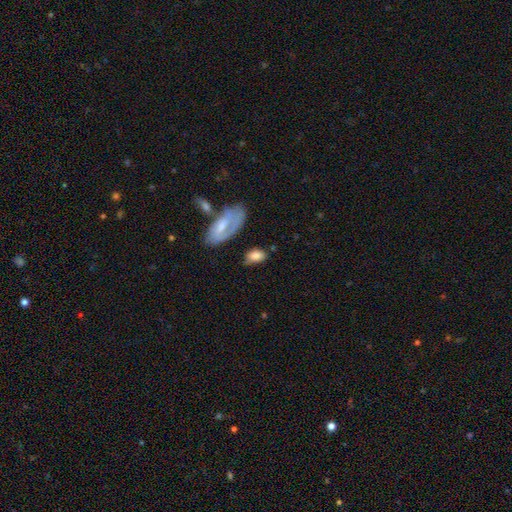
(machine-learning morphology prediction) Smooth or featured? smooth (73%)
How rounded? in between (88%)
Merging? none (56%)